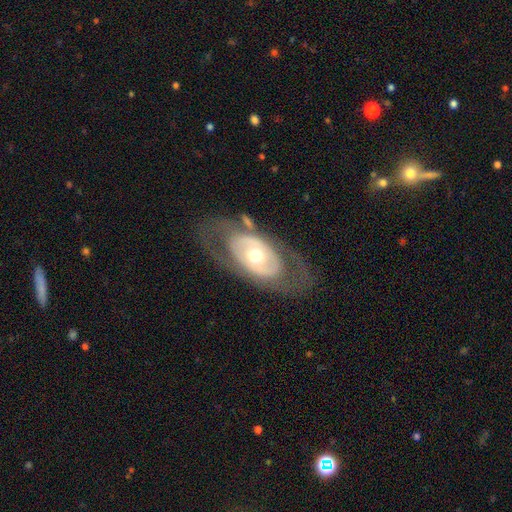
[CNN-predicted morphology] Smooth or featured? featured or disk (68%)
Edge-on disk? no (88%)
Bar? no (84%)
Spiral arms? no (77%)
Bulge size? moderate (71%)
Merging? none (72%)